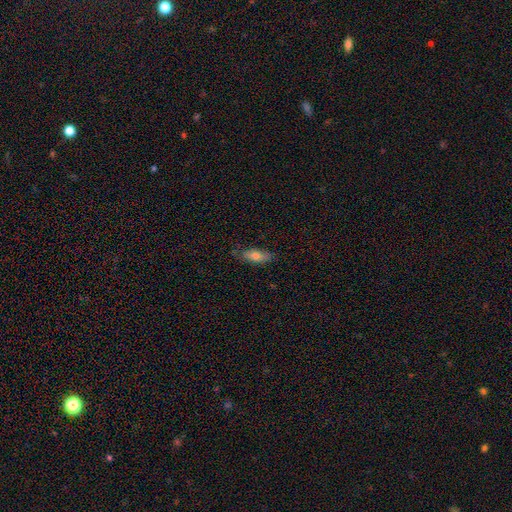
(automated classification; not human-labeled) A smooth galaxy with no disk features (68%) that is in between round and cigar-shaped (66%). Merging: none (75%).